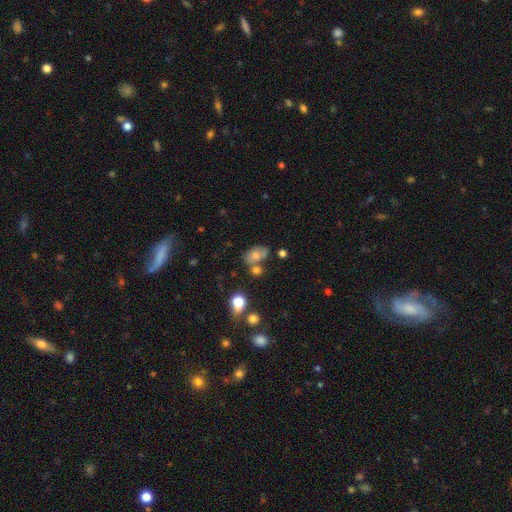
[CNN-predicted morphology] The model was most divided on "merging": none: 41%, merger: 25%, minor disturbance: 22%, major disturbance: 12%. More confident: how rounded — in between (77%); smooth or featured — smooth (63%).